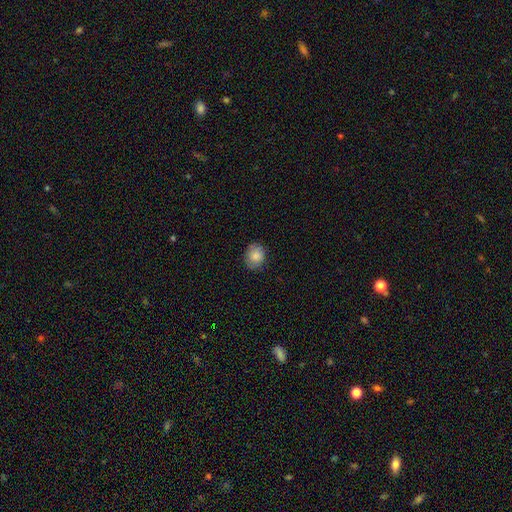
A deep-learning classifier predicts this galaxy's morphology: Smooth or featured?
  - smooth: 84% *
  - star or artifact: 8%
  - featured or disk: 7%
How rounded?
  - round: 64% *
  - in between: 35%
  - cigar-shaped: 1%
Merging?
  - none: 81% *
  - minor disturbance: 15%
  - major disturbance: 3%
  - merger: 1%